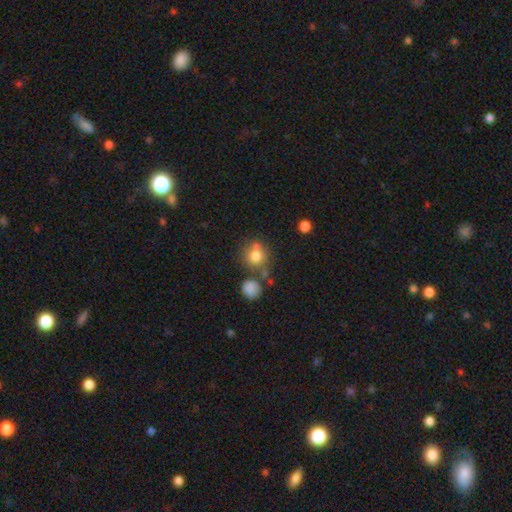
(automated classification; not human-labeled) Smooth or featured? smooth (77%)
How rounded? round (86%)
Merging? none (61%)